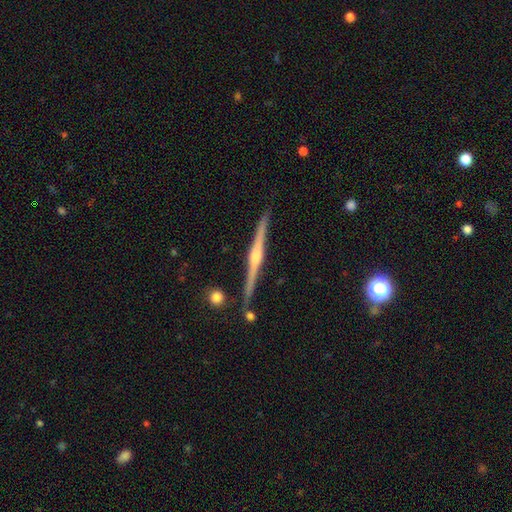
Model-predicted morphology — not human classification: smooth-or-featured: featured or disk: 86% | smooth: 8% | star or artifact: 6%
  disk-edge-on: yes: 99% | no: 1%
    edge-on-bulge: rounded: 85% | boxy: 7% | none: 7%
  merging: none: 90% | minor disturbance: 6% | merger: 3% | major disturbance: 2%